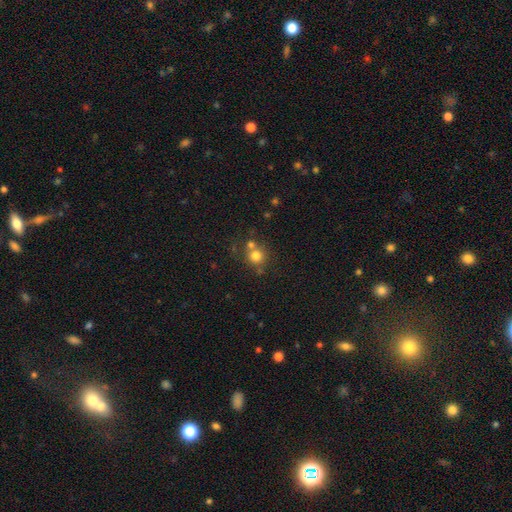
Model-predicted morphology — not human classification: The model was most divided on "merging": none: 58%, merger: 29%, minor disturbance: 9%, major disturbance: 4%. More confident: how rounded — round (89%); smooth or featured — smooth (75%).